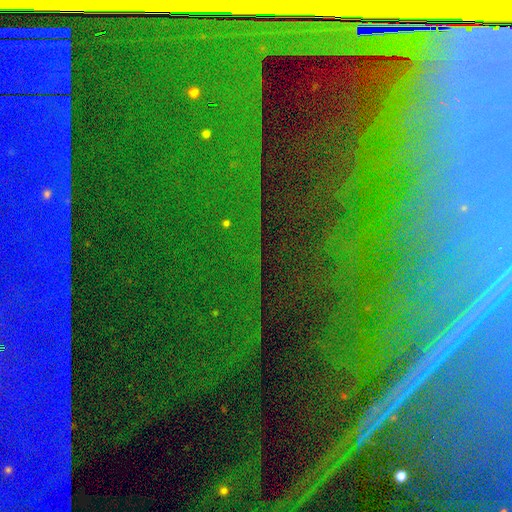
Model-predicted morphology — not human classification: This is clearly a star or artifact rather than a galaxy (84%).